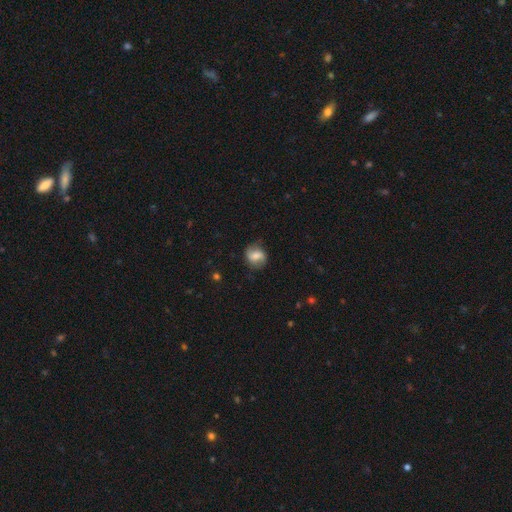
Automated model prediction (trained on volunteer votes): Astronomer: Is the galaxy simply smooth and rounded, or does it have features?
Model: smooth — 51% (runner-up: featured or disk, 40%).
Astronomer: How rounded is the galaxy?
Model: round — 62% (runner-up: in between, 37%).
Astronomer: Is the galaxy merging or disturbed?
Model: none — 73%.